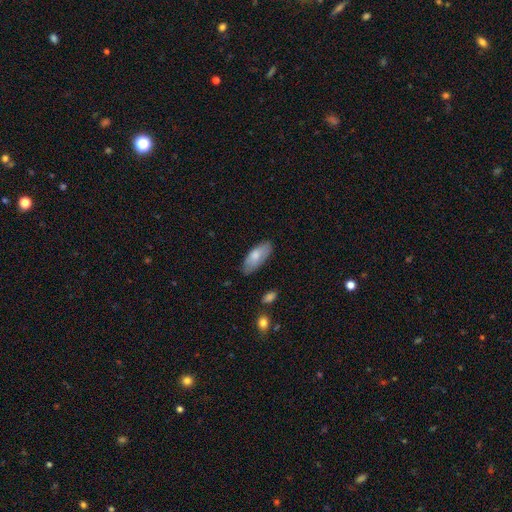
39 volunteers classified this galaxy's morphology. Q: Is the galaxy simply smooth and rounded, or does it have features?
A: smooth — 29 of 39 (74%).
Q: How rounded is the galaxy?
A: in between — 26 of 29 (90%).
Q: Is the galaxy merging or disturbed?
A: none — 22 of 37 (59%).